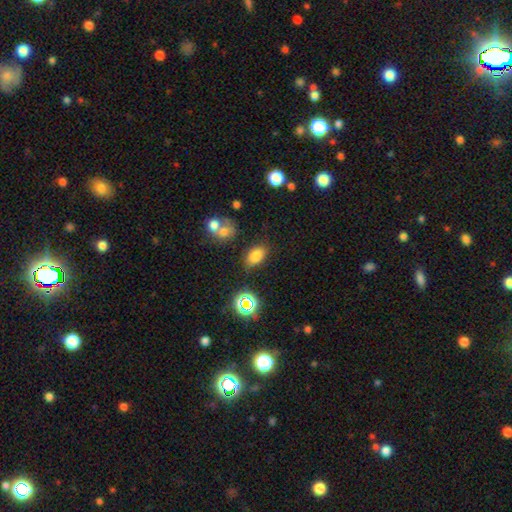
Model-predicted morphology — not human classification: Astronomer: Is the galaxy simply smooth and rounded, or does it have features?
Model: smooth — 76%.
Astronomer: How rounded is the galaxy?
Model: in between — 87%.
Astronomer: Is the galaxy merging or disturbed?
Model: none — 72%.